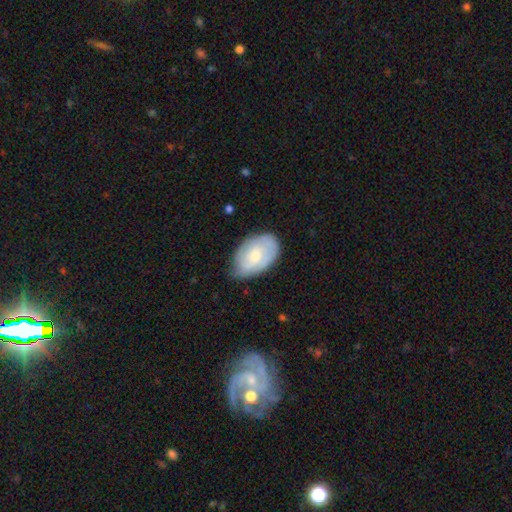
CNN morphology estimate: Smooth or featured: featured or disk — 51% (smooth — 44%)
Edge-on disk: no — 95% (yes — 5%)
Merging: none — 65% (minor disturbance — 28%)